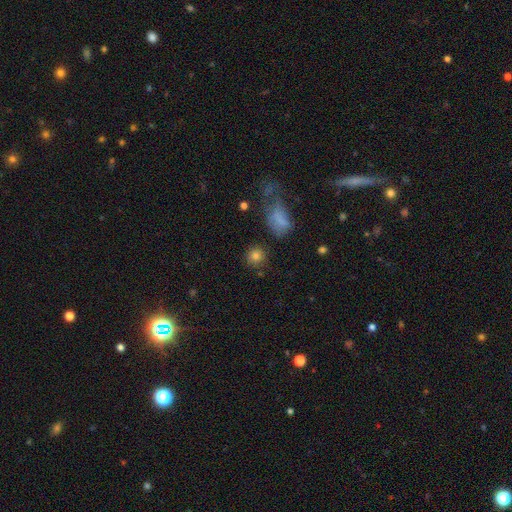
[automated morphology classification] type=smooth (79%); roundness=round (88%); merging=none (81%).